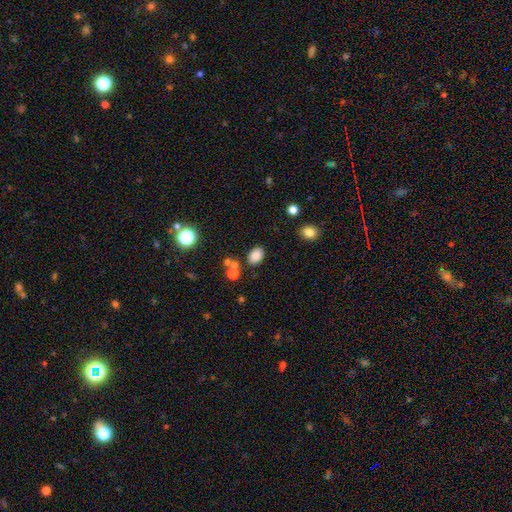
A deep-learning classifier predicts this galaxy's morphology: smooth-or-featured: smooth: 83% | star or artifact: 11% | featured or disk: 6%
  how-rounded: in between: 81% | round: 18% | cigar-shaped: 1%
  merging: none: 77% | minor disturbance: 12% | merger: 7% | major disturbance: 4%